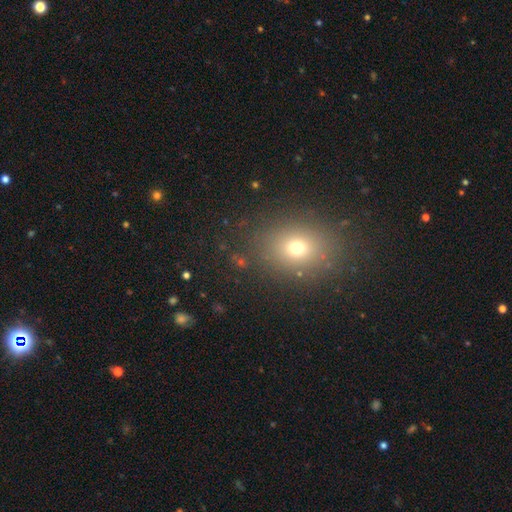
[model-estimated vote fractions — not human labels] Smooth or featured?
  - smooth: 61% *
  - star or artifact: 30%
  - featured or disk: 9%
How rounded?
  - in between: 54% *
  - round: 45%
  - cigar-shaped: 2%
Merging?
  - none: 87% *
  - minor disturbance: 8%
  - major disturbance: 3%
  - merger: 2%